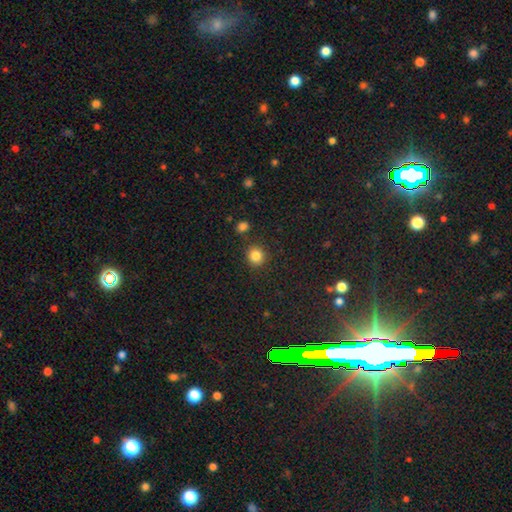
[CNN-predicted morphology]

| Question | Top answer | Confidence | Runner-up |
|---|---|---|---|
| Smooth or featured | smooth | 84% | star or artifact (12%) |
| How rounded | round | 91% | in between (8%) |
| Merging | none | 87% | minor disturbance (7%) |